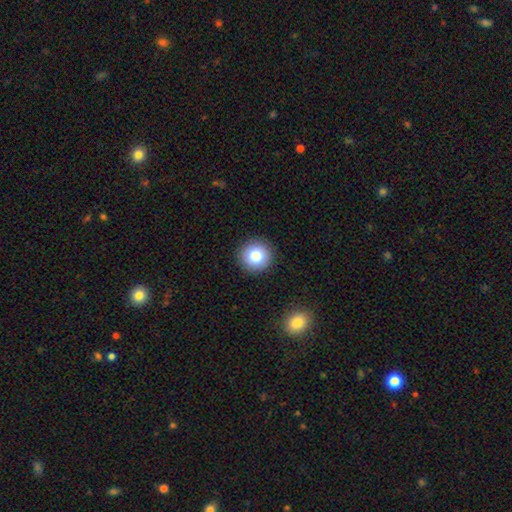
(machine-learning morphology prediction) This is clearly a smooth galaxy (81%). How rounded: clearly round (94%). Merging: clearly none (91%).